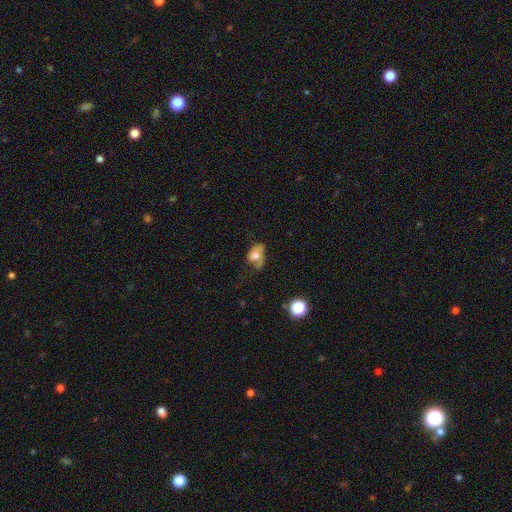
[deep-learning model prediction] Morphology: type=smooth (64%); roundness=in between (75%); merging=minor disturbance (36%).